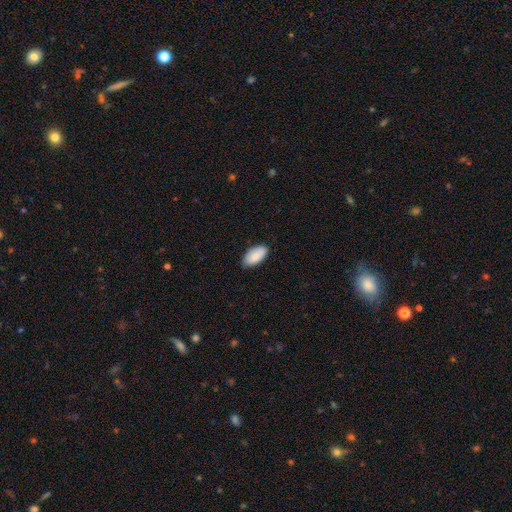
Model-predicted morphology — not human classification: Smooth or featured? Predicted: smooth (p=0.87). How rounded? Predicted: in between (p=0.95). Merging? Predicted: none (p=0.85).